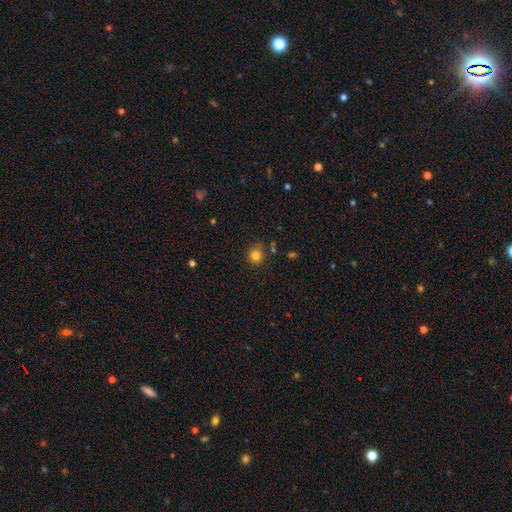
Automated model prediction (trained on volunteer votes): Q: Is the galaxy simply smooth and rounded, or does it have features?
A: smooth — 81%.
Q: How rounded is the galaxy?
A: round — 90%.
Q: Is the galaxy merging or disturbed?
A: none — 78%.